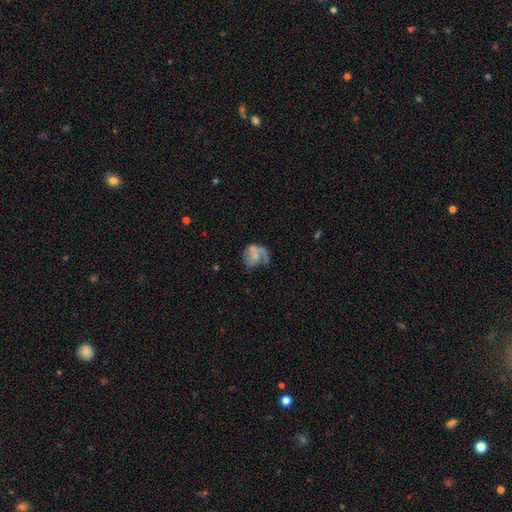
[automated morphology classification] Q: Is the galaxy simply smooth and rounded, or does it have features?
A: featured or disk — 56%.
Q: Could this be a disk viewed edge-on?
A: no — 98%.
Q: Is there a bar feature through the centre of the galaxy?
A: no — 71%.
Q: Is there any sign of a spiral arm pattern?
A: yes — 72%.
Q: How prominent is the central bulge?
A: small — 40%.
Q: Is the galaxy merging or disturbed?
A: major disturbance — 37%.